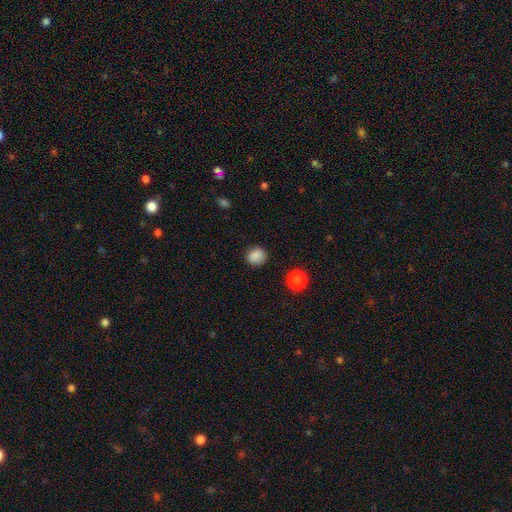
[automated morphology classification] The model was most divided on "how rounded": round: 74%, in between: 25%, cigar-shaped: 1%. More confident: smooth or featured — smooth (85%); merging — none (83%).